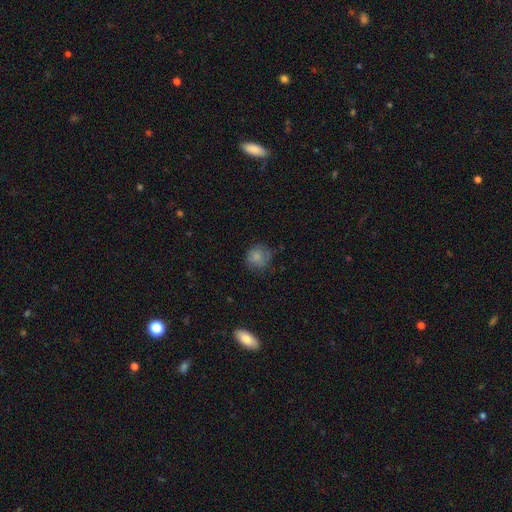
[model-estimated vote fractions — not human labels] The model was most divided on "smooth or featured": smooth: 66%, featured or disk: 19%, star or artifact: 15%. More confident: how rounded — round (81%); merging — none (72%).